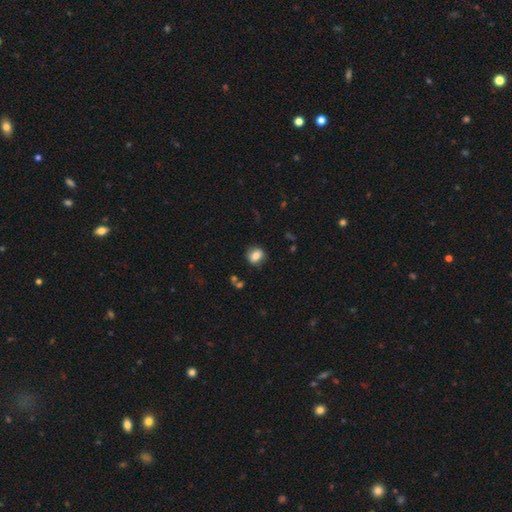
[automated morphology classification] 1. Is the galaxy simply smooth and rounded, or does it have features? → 78% smooth, 13% featured or disk, 9% star or artifact.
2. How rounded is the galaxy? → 64% round, 34% in between, 1% cigar-shaped.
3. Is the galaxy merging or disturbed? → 82% none, 12% minor disturbance, 3% major disturbance, 2% merger.